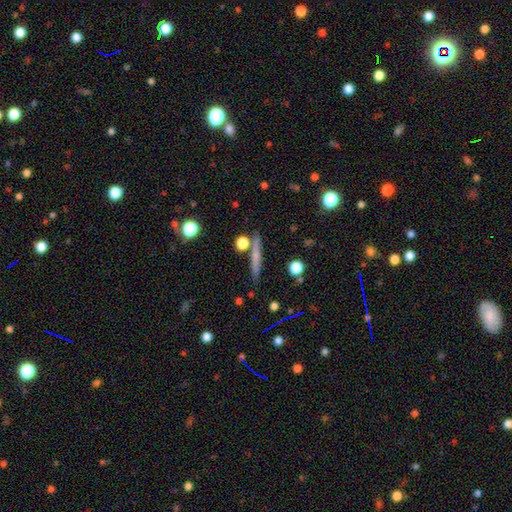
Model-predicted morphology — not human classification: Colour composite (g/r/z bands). It shows a smooth galaxy with no disk features (51%) that is cigar-shaped (89%). Merging: none (83%).